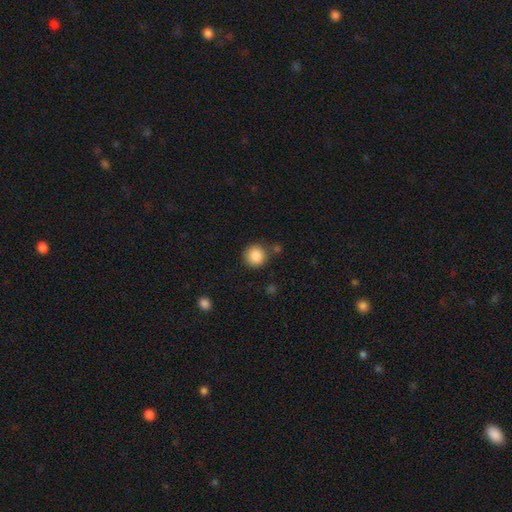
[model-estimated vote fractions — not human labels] Overall: smooth (86%). How rounded: round (93%). Merging: none (81%).